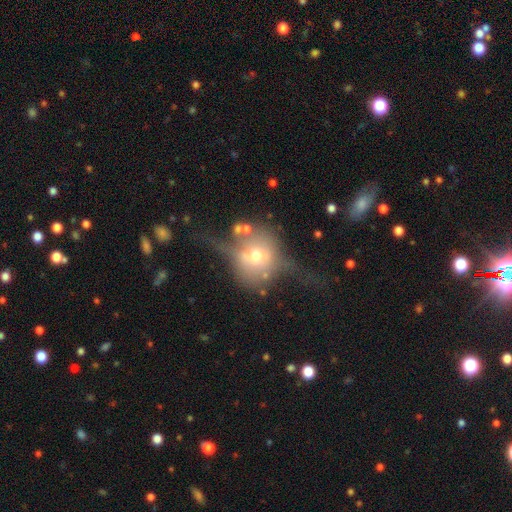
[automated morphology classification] type=featured or disk (50%); edge-on=no (74%); merging=major disturbance (36%).